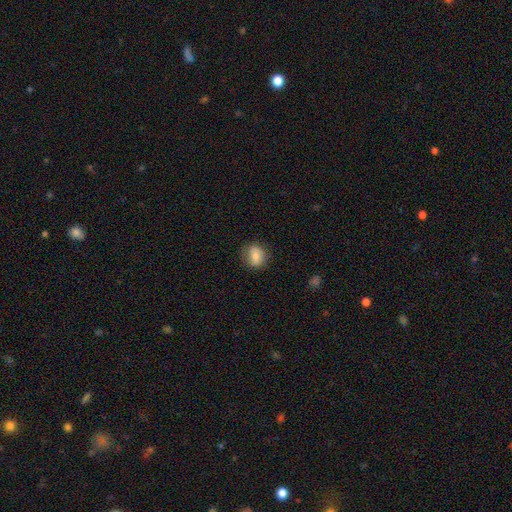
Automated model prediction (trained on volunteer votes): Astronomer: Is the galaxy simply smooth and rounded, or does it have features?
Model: smooth — 78%.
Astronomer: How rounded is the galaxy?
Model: round — 56% (runner-up: in between, 42%).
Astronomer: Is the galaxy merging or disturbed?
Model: none — 80%.